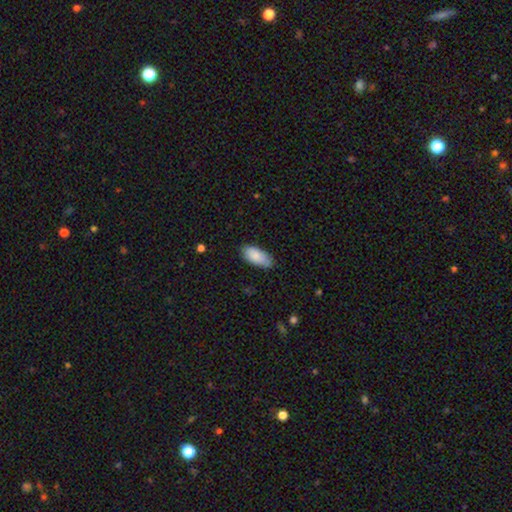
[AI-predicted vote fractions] Morphology: type=smooth (86%); roundness=in between (91%); merging=none (79%).